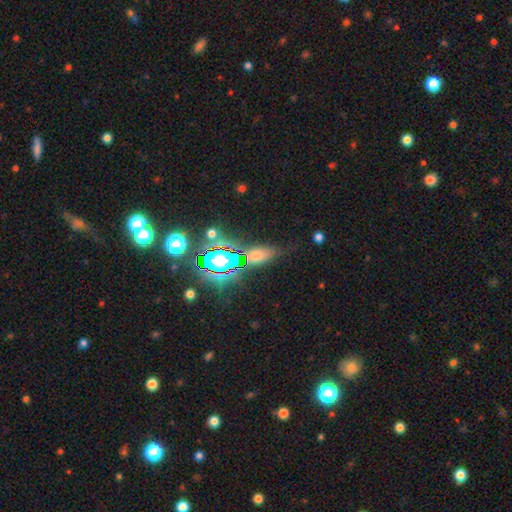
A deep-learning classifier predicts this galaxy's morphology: smooth-or-featured: smooth: 44% | star or artifact: 40% | featured or disk: 16%
  merging: none: 71% | minor disturbance: 16% | major disturbance: 7% | merger: 6%